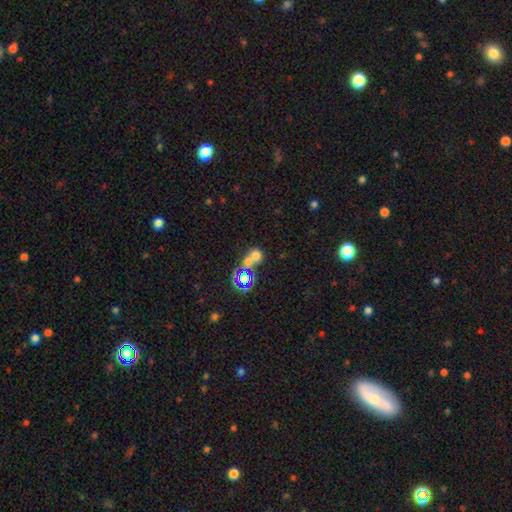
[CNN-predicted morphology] This is possibly a smooth galaxy (59%). How rounded: likely round (69%). Merging: possibly merger (53%).